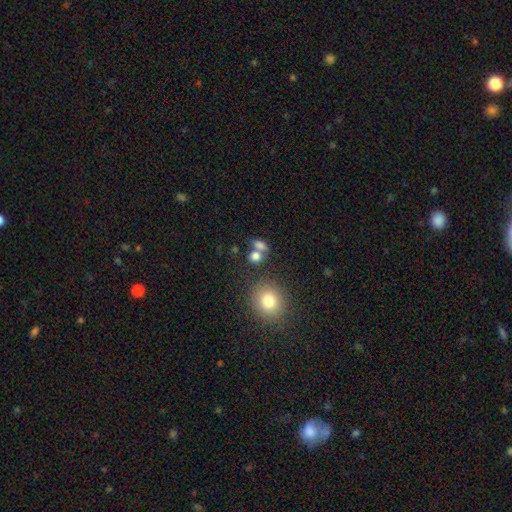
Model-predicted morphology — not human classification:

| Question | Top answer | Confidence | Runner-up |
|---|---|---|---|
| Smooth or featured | smooth | 77% | star or artifact (13%) |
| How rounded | in between | 51% | round (45%) |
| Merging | none | 49% | merger (36%) |